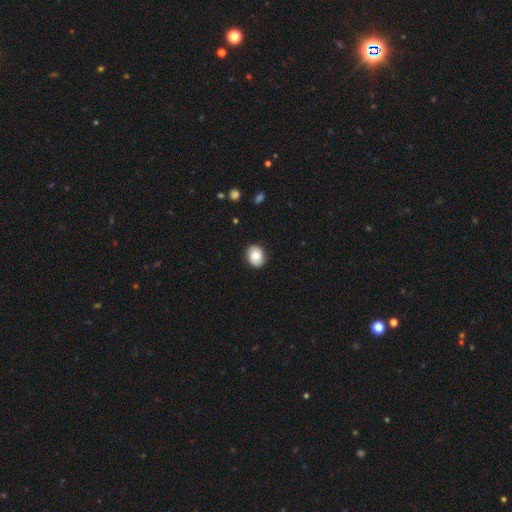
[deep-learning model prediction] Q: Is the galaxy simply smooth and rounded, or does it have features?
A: smooth — 77%.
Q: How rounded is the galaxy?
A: round — 53%.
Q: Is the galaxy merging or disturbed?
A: none — 88%.